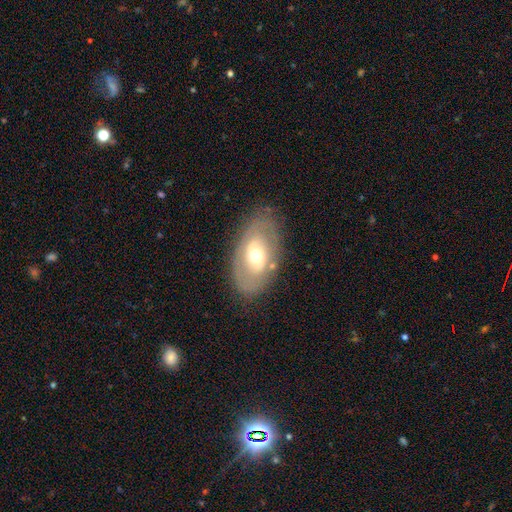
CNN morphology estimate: This appears to be a featured or disk galaxy (55%). Merging: none (77%).